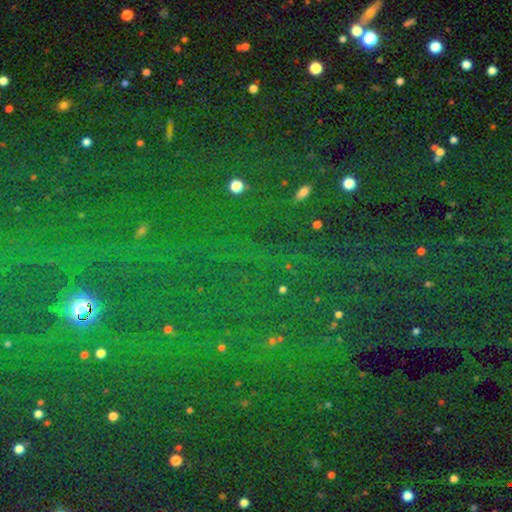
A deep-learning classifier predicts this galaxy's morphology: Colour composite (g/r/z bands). It shows a star or artifact, not a galaxy (81%).